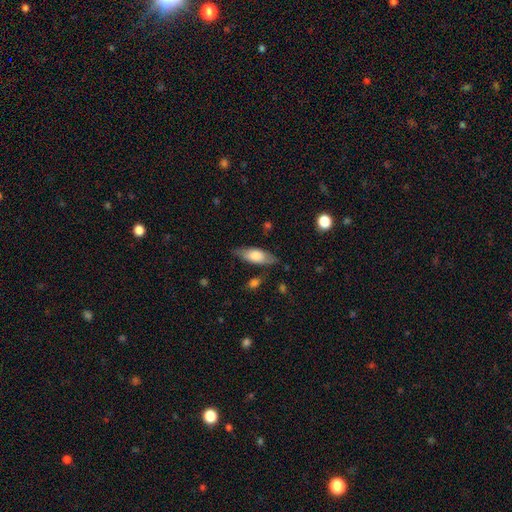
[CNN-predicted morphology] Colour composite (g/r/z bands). It shows a smooth galaxy with no disk features (69%) that is in between round and cigar-shaped (73%). Merging: none (73%).